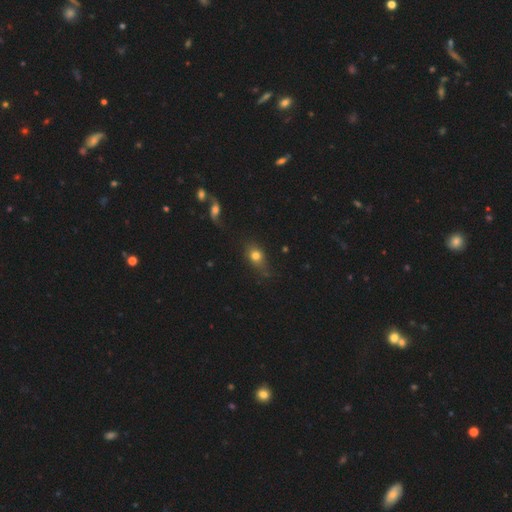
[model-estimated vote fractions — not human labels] A smooth galaxy with no disk features (74%) that is in between round and cigar-shaped (57%).

Vote fractions:
- Smooth or featured? smooth: 74% / featured or disk: 14% / star or artifact: 12%
- How rounded? in between: 57% / round: 38% / cigar-shaped: 5%
- Merging? none: 67% / minor disturbance: 21% / major disturbance: 8% / merger: 4%